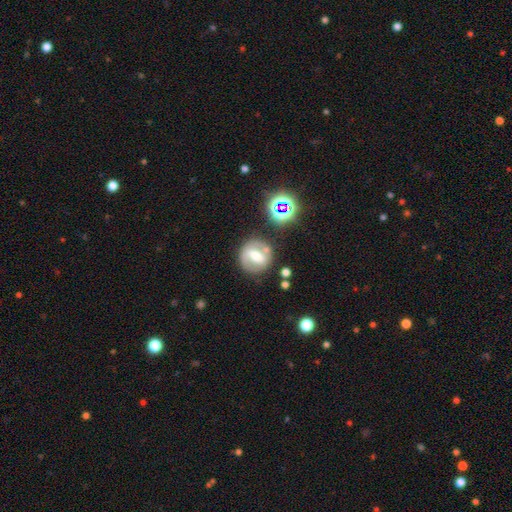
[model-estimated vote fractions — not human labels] smooth-or-featured: featured or disk: 57% | smooth: 33% | star or artifact: 10%
  disk-edge-on: no: 95% | yes: 5%
    bar: strong: 45% | weak: 39% | no: 16%
    has-spiral-arms: yes: 63% | no: 37%
    bulge-size: moderate: 57% | small: 21% | large: 16% | none: 4% | dominant: 2%
  merging: none: 74% | minor disturbance: 14% | merger: 6% | major disturbance: 6%